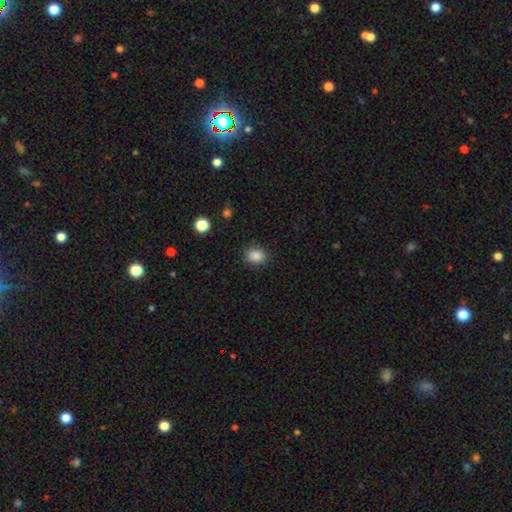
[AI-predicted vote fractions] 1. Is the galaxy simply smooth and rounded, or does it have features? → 86% smooth, 10% star or artifact, 4% featured or disk.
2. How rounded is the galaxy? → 54% round, 45% in between, 1% cigar-shaped.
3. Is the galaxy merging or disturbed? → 87% none, 9% minor disturbance, 3% major disturbance, 1% merger.